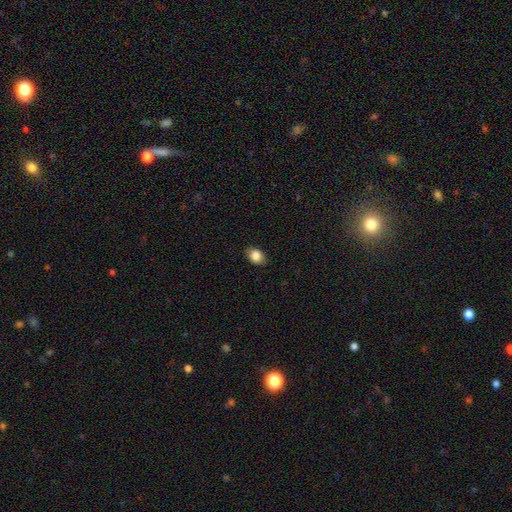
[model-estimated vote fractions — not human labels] Smooth or featured?
  - smooth: 85% *
  - star or artifact: 8%
  - featured or disk: 7%
How rounded?
  - in between: 77% *
  - round: 22%
  - cigar-shaped: 1%
Merging?
  - none: 87% *
  - minor disturbance: 10%
  - major disturbance: 2%
  - merger: 1%